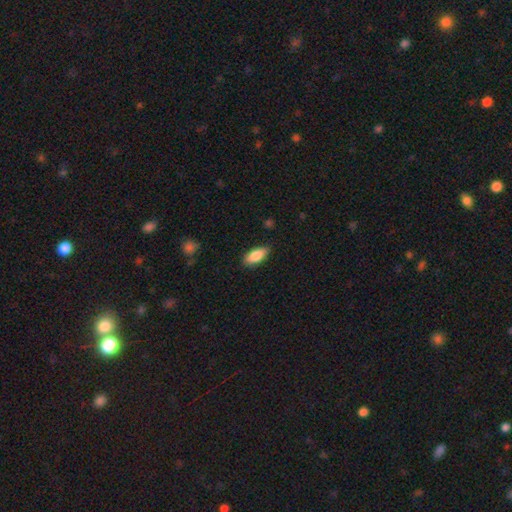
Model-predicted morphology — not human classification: Smooth or featured? smooth (86%)
How rounded? in between (86%)
Merging? none (84%)